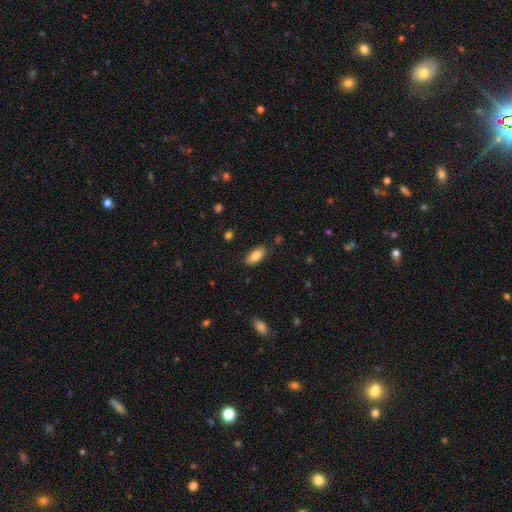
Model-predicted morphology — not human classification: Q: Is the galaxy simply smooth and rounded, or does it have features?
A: smooth — 82%.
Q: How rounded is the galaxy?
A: in between — 87%.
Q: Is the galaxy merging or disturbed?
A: none — 84%.